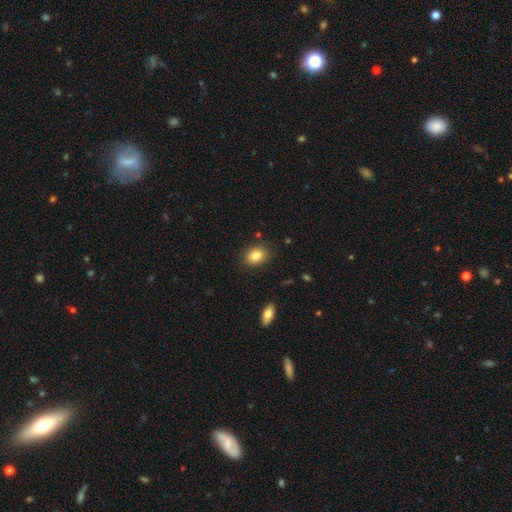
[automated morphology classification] smooth 86%, star or artifact 8%, featured or disk 6%. Down the decision tree: how rounded — in between (69%); merging — none (86%).